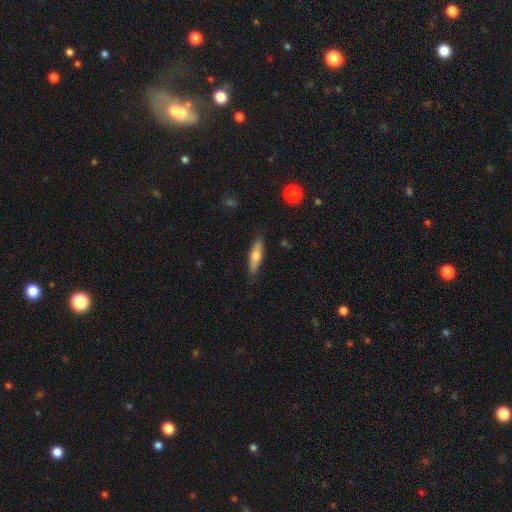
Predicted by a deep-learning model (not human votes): Overall: smooth (63%; featured or disk 31%). How rounded: cigar-shaped (67%; in between 30%). Merging: none (85%).